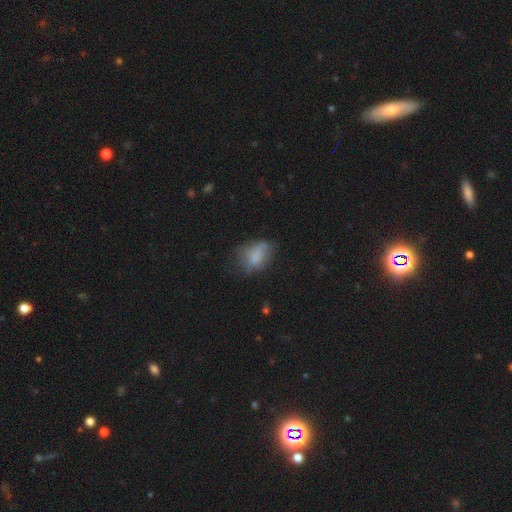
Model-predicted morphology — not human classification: Smooth or featured: smooth — 69% (featured or disk — 20%)
How rounded: in between — 81% (round — 16%)
Merging: none — 41% (minor disturbance — 33%)